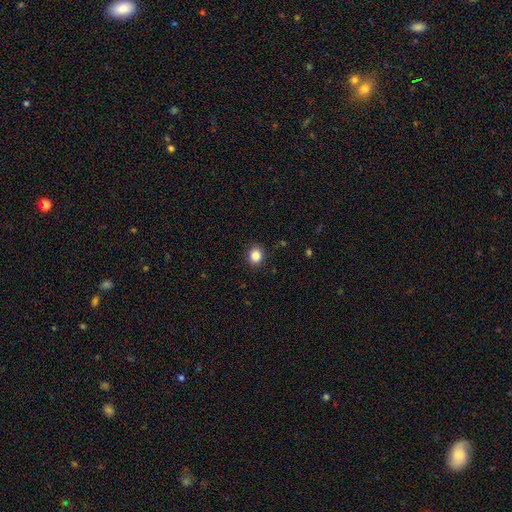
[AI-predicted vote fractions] Smooth or featured? smooth (85%)
How rounded? round (71%)
Merging? none (91%)